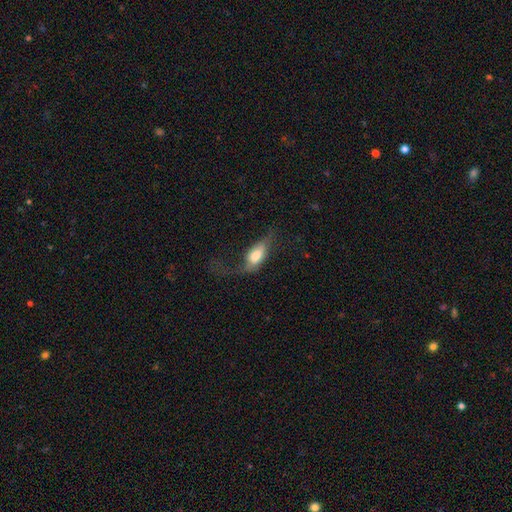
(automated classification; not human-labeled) Smooth or featured?
  - smooth: 62% *
  - featured or disk: 31%
  - star or artifact: 7%
How rounded?
  - in between: 82% *
  - cigar-shaped: 13%
  - round: 5%
Merging?
  - major disturbance: 50% *
  - none: 25%
  - minor disturbance: 23%
  - merger: 3%